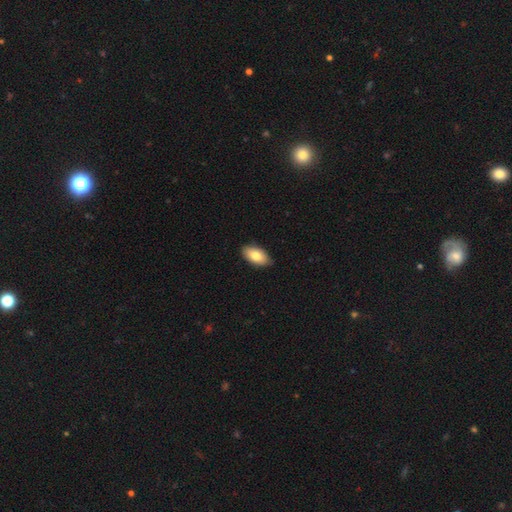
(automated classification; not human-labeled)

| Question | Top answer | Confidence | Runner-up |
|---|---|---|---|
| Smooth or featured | smooth | 81% | featured or disk (13%) |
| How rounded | in between | 95% | round (3%) |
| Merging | none | 86% | minor disturbance (11%) |